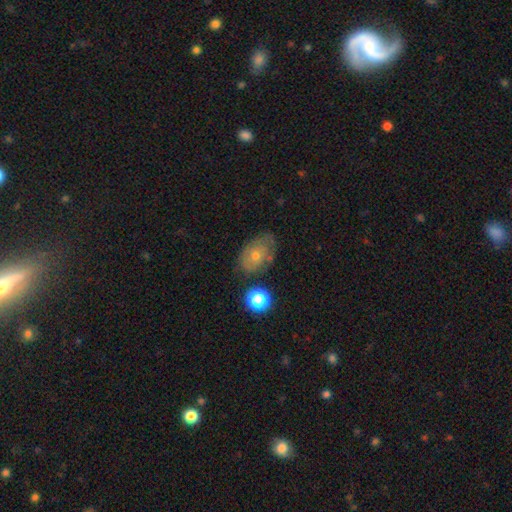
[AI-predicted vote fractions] Smooth or featured? Predicted: smooth (p=0.48). Merging? Predicted: none (p=0.63).